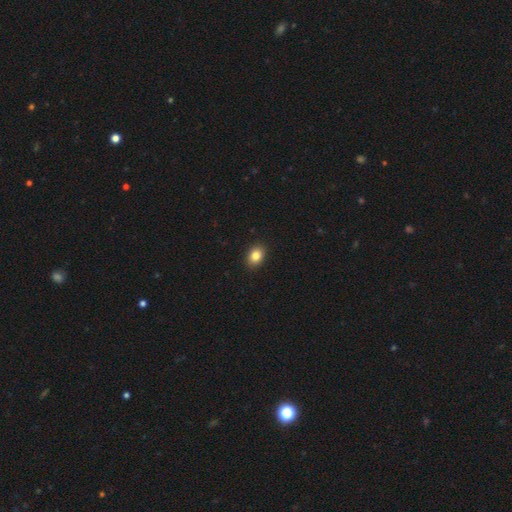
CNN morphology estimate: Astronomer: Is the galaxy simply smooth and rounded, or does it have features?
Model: smooth — 84%.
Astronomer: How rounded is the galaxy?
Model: in between — 67%.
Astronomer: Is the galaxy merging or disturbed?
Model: none — 91%.